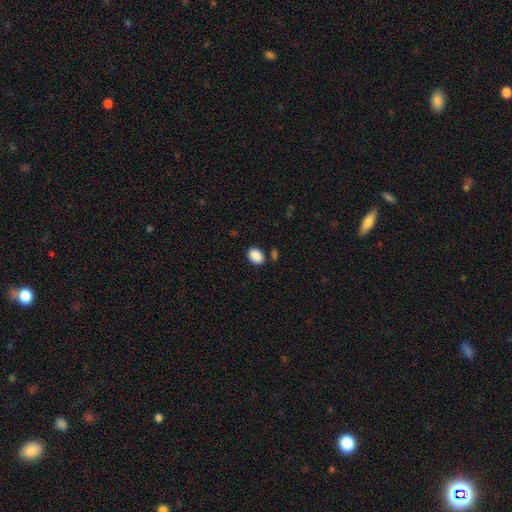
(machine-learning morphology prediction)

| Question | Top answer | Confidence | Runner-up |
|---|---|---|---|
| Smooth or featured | smooth | 89% | star or artifact (8%) |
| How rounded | in between | 75% | round (24%) |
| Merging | none | 83% | minor disturbance (10%) |